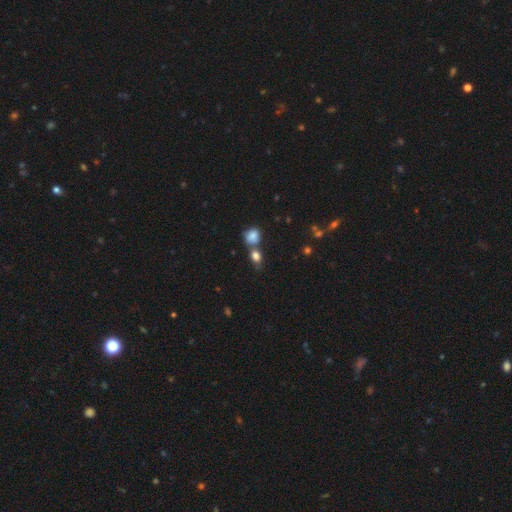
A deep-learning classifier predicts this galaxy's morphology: smooth 80%, star or artifact 12%, featured or disk 8%. Down the decision tree: how rounded — in between (52%); merging — none (47%).